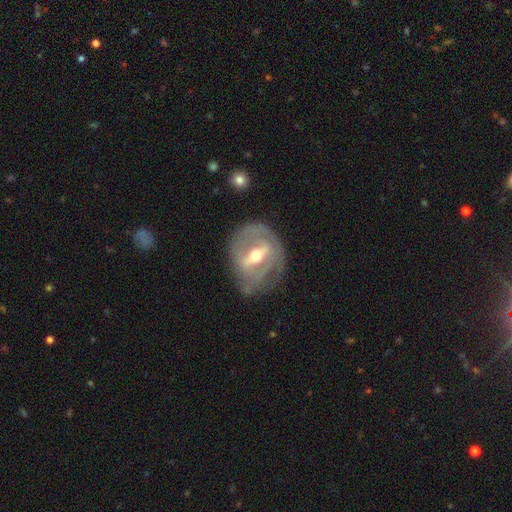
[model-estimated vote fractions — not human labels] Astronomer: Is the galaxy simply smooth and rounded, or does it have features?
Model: featured or disk — 80%.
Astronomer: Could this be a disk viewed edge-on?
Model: no — 88%.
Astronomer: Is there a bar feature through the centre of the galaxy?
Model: strong — 66%.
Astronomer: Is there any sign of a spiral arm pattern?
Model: yes — 60% (runner-up: no, 40%).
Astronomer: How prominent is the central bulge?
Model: moderate — 71%.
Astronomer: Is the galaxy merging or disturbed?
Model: none — 65%.